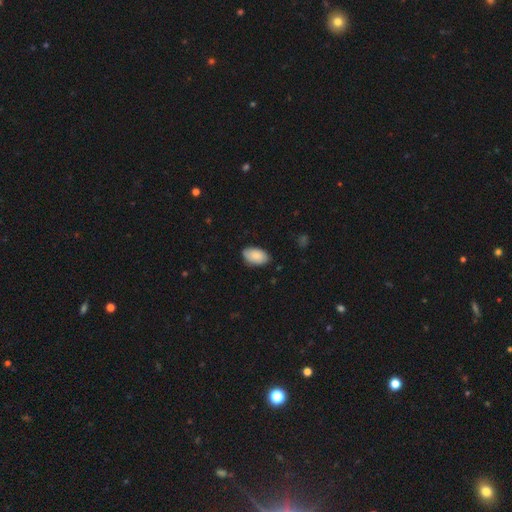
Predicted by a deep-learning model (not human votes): smooth_or_featured: smooth (p=0.86) [alt: featured or disk p=0.08]
how_rounded: in between (p=0.94) [alt: round p=0.04]
merging: none (p=0.81) [alt: minor disturbance p=0.16]